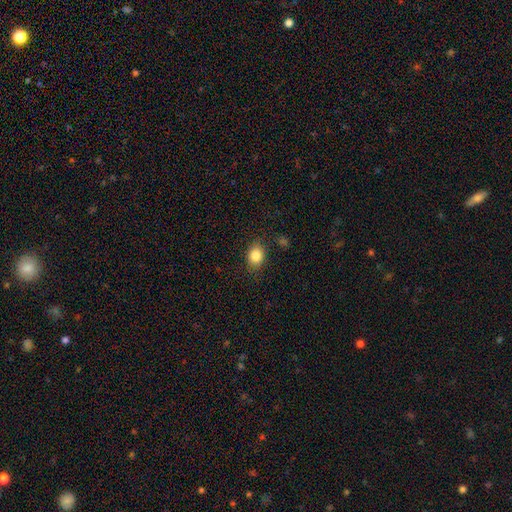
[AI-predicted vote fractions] Smooth or featured? smooth (85%)
How rounded? in between (60%)
Merging? none (82%)